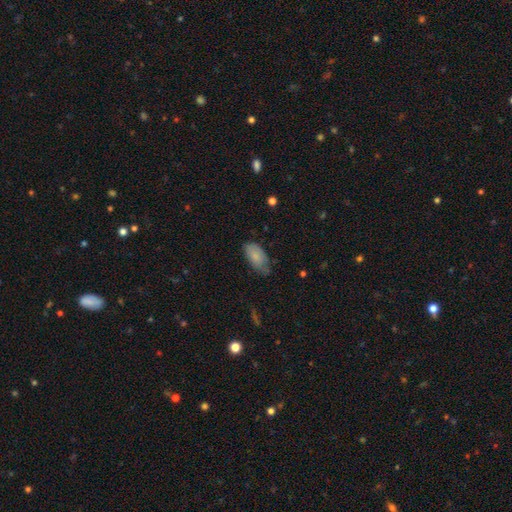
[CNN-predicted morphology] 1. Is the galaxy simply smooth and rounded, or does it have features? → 81% smooth, 12% featured or disk, 7% star or artifact.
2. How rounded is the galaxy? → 94% in between, 4% cigar-shaped, 3% round.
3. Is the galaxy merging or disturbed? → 55% none, 36% minor disturbance, 7% major disturbance, 2% merger.